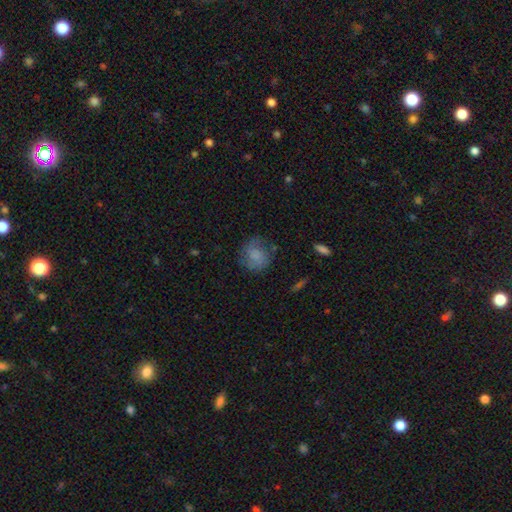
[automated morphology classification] This is likely a smooth galaxy (69%). How rounded: likely round (79%). Merging: likely none (65%).